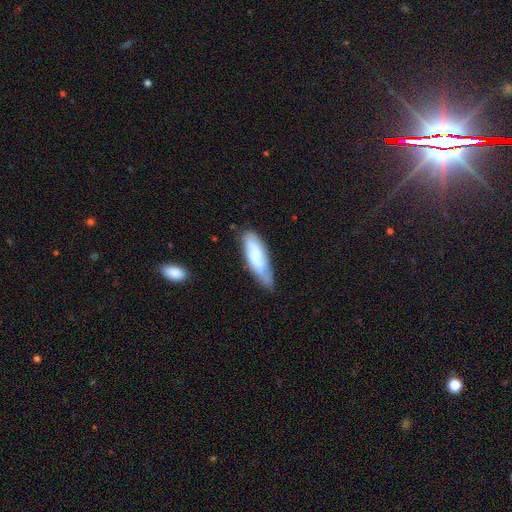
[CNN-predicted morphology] type=smooth (49%); merging=none (58%).